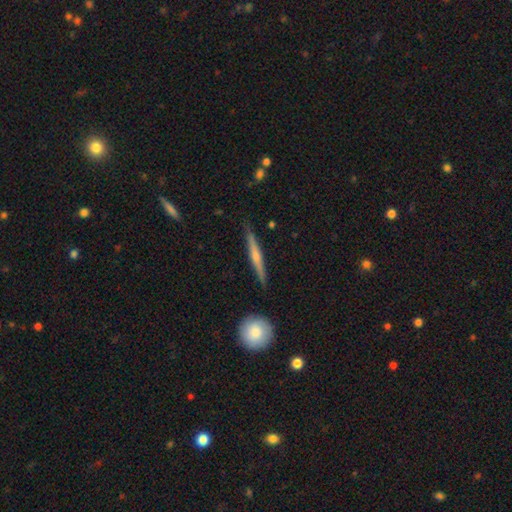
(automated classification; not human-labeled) This is likely a featured or disk galaxy (64%). It is clearly viewed edge-on (97%). Edge-on bulge: likely rounded (67%). Merging: clearly none (87%).